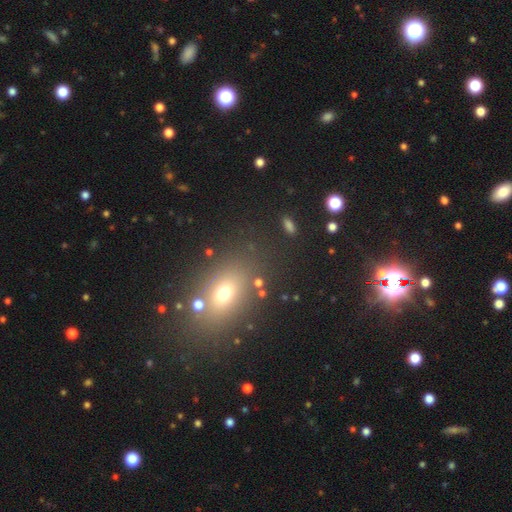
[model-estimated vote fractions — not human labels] smooth-or-featured: smooth: 53% | star or artifact: 33% | featured or disk: 15%
  how-rounded: in between: 66% | round: 30% | cigar-shaped: 4%
  merging: none: 79% | minor disturbance: 10% | merger: 6% | major disturbance: 5%